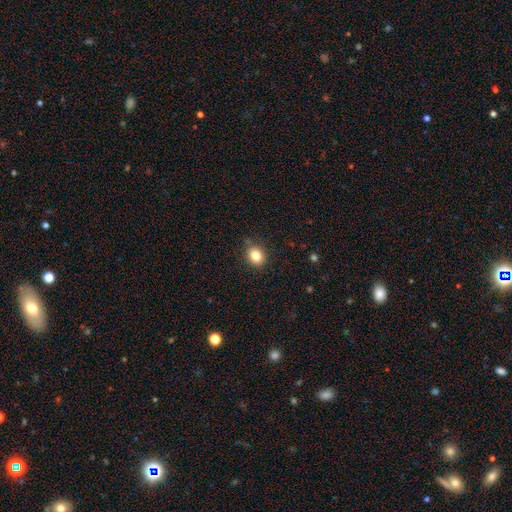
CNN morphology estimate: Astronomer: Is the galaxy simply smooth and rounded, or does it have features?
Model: smooth — 82%.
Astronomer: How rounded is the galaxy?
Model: round — 64%.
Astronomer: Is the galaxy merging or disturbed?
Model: none — 85%.